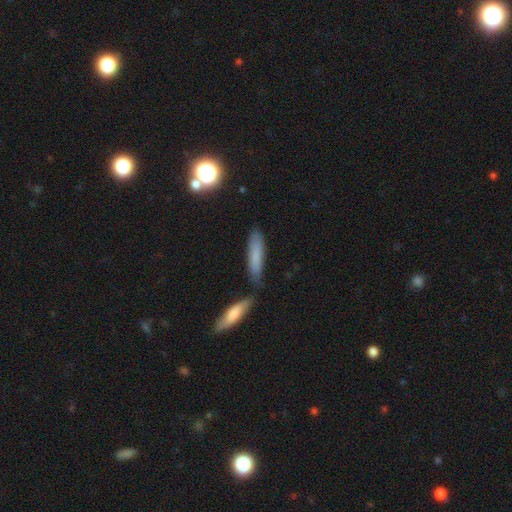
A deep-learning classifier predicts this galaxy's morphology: Smooth or featured?
  - smooth: 78% *
  - featured or disk: 14%
  - star or artifact: 8%
How rounded?
  - cigar-shaped: 76% *
  - in between: 22%
  - round: 2%
Merging?
  - none: 69% *
  - minor disturbance: 14%
  - merger: 14%
  - major disturbance: 3%